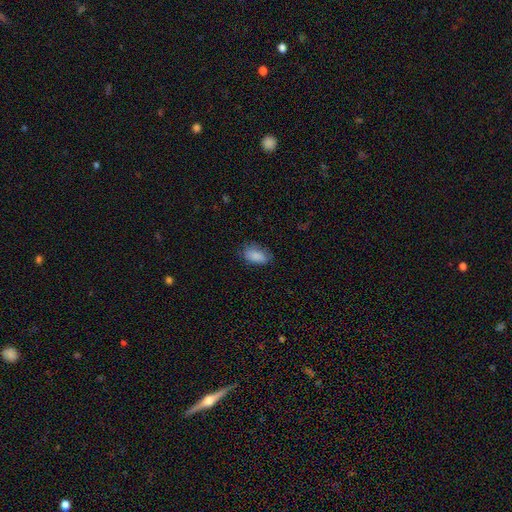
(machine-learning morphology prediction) smooth_or_featured: smooth (p=0.87) [alt: star or artifact p=0.07]
how_rounded: in between (p=0.92) [alt: round p=0.05]
merging: none (p=0.74) [alt: minor disturbance p=0.19]